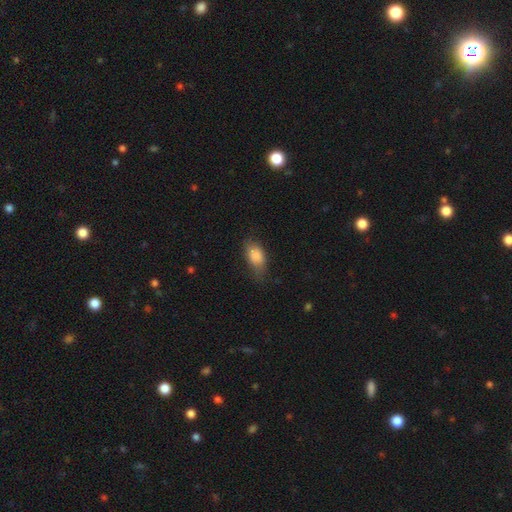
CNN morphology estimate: Q: Smooth or featured?
A: smooth (84%); runner-up: featured or disk (9%)
Q: How rounded?
A: in between (88%); runner-up: round (7%)
Q: Merging?
A: none (56%); runner-up: minor disturbance (31%)